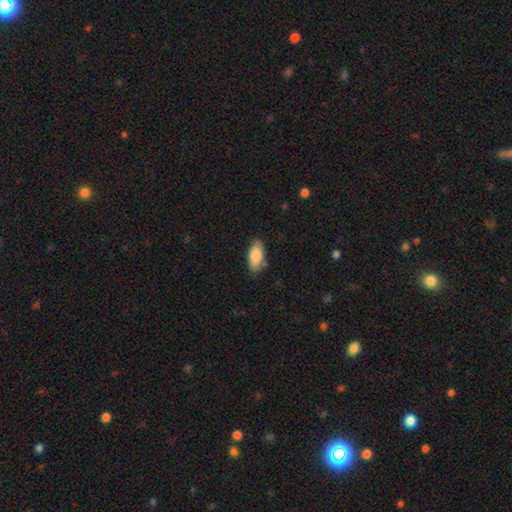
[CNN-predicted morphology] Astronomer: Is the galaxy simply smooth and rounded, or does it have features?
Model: smooth — 87%.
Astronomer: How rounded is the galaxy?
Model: in between — 91%.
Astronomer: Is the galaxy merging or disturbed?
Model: none — 81%.